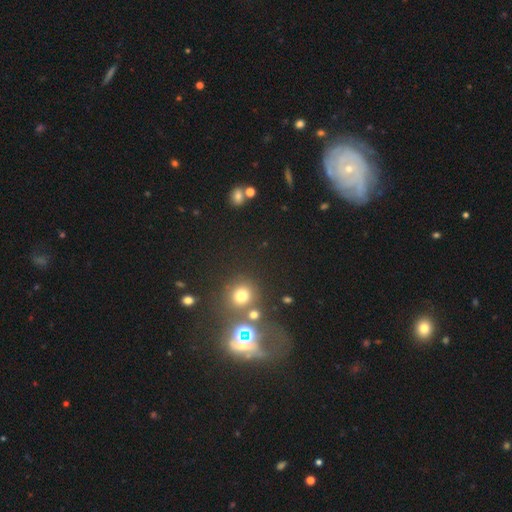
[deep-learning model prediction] Smooth or featured: star or artifact — 43% (smooth — 32%)